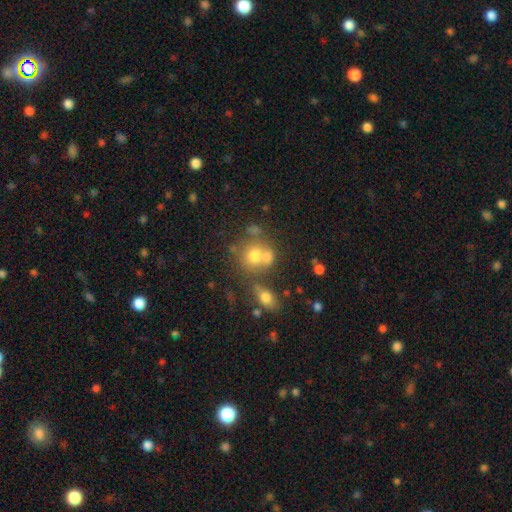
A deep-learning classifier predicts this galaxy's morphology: A smooth galaxy with no disk features (67%) that is round (78%). Merging: none (46%).